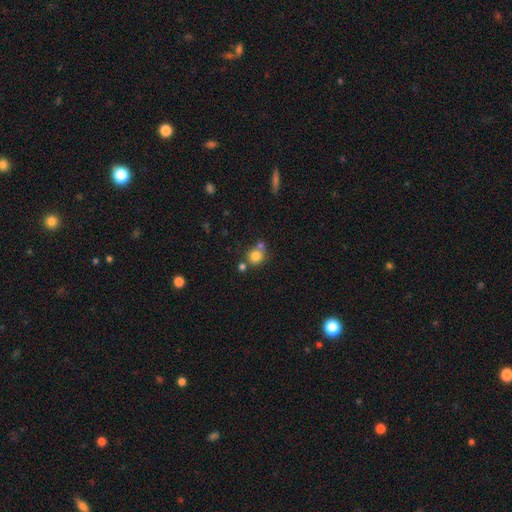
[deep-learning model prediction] Smooth or featured: smooth — 81% (star or artifact — 12%)
How rounded: round — 88% (in between — 11%)
Merging: none — 60% (merger — 25%)